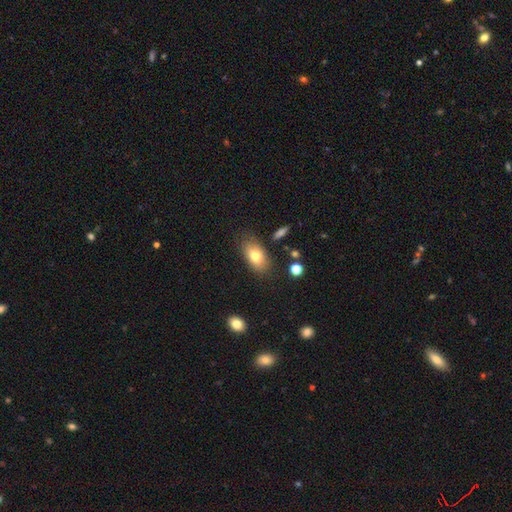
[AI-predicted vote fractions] The model was most divided on "smooth or featured": smooth: 75%, featured or disk: 16%, star or artifact: 9%. More confident: how rounded — in between (88%); merging — none (79%).